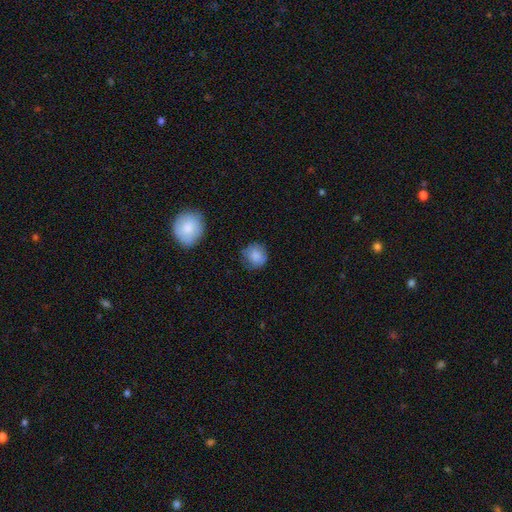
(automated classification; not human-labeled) smooth_or_featured: smooth (p=0.83) [alt: featured or disk p=0.09]
how_rounded: round (p=0.86) [alt: in between p=0.13]
merging: none (p=0.74) [alt: minor disturbance p=0.20]